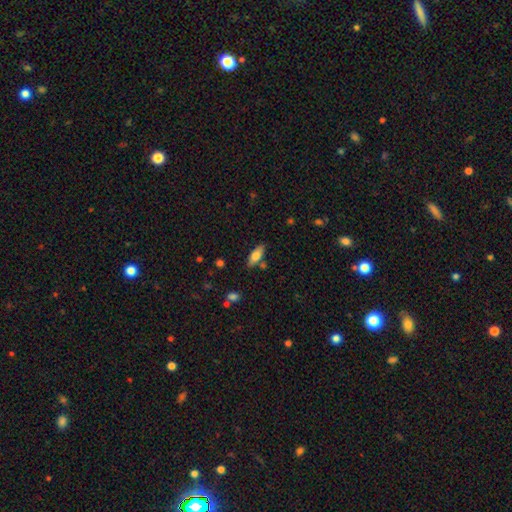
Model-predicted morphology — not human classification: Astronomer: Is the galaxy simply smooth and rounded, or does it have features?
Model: smooth — 75%.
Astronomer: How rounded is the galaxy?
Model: in between — 74%.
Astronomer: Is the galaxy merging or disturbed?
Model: none — 77%.